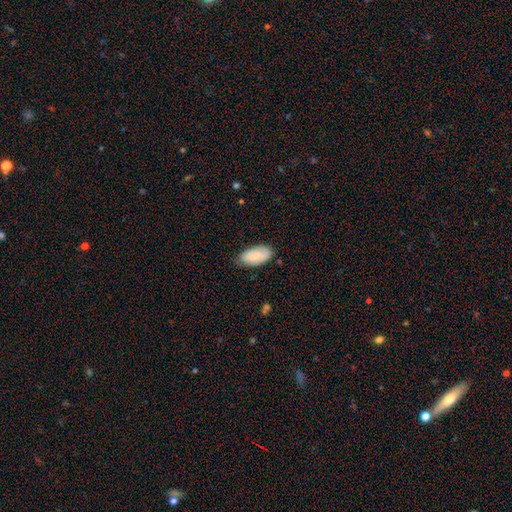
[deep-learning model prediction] Smooth or featured?
  - smooth: 82% *
  - featured or disk: 12%
  - star or artifact: 6%
How rounded?
  - in between: 95% *
  - cigar-shaped: 3%
  - round: 2%
Merging?
  - none: 74% *
  - minor disturbance: 21%
  - major disturbance: 3%
  - merger: 1%